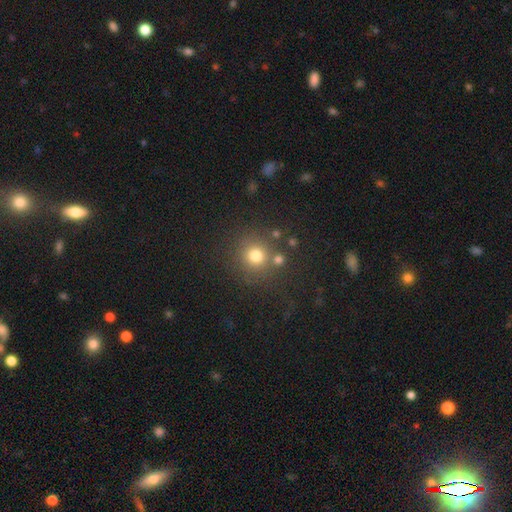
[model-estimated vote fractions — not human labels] A smooth galaxy with no disk features (76%) that is round (92%). Merging: none (75%).